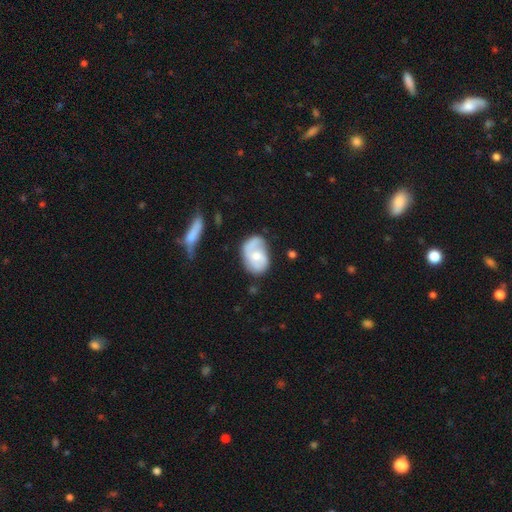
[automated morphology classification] This is likely a featured or disk galaxy (60%). It is clearly not viewed edge-on (96%). Bar: likely no (62%). Spiral arm pattern: clearly yes (83%). Central bulge: possibly moderate (54%). Merging: possibly none (58%).